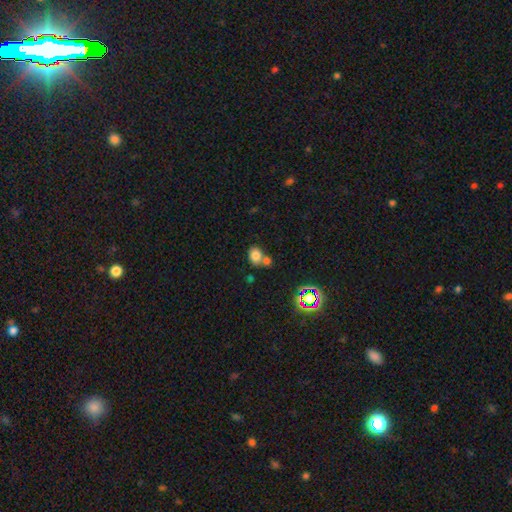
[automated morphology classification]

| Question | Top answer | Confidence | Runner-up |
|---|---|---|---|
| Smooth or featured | smooth | 77% | star or artifact (14%) |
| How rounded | round | 51% | in between (48%) |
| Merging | none | 45% | merger (41%) |